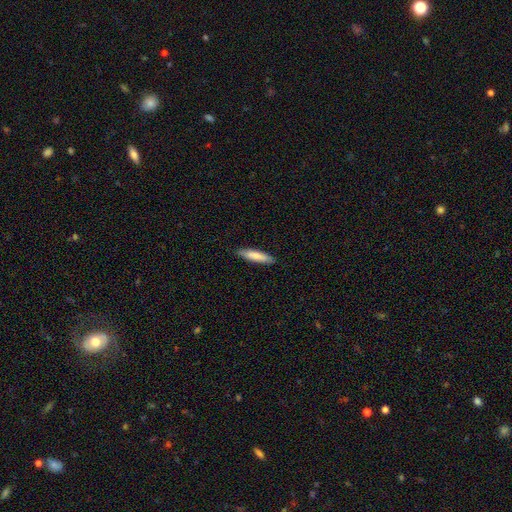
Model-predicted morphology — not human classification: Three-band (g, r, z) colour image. It shows a smooth galaxy with no disk features (80%) that is cigar-shaped (80%). Merging: none (89%).